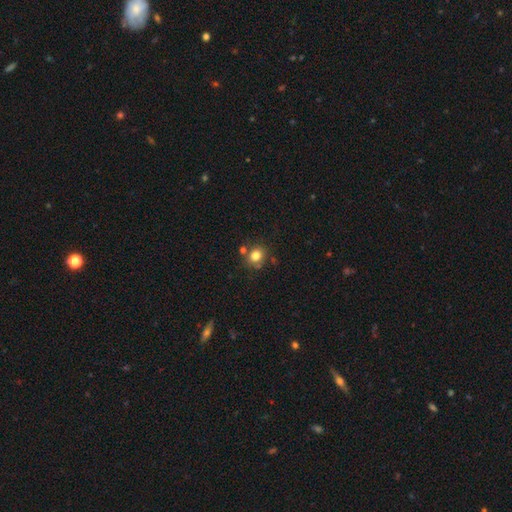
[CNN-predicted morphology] This appears to be a smooth galaxy with no disk features (80%) that is round (73%). Merging: none (71%).